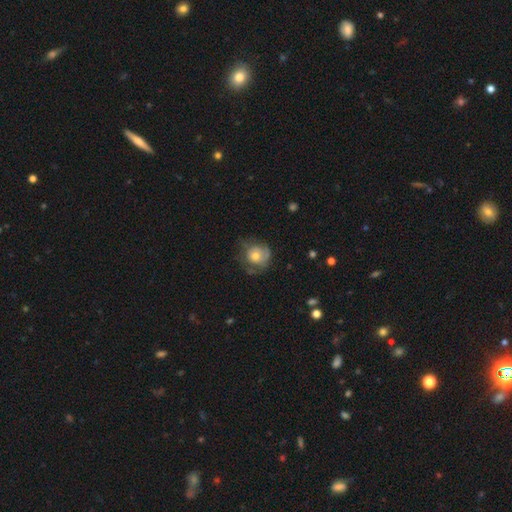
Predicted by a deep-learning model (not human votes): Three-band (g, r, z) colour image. It shows a smooth galaxy with no disk features (54%) that is round (81%). Merging: none (53%).